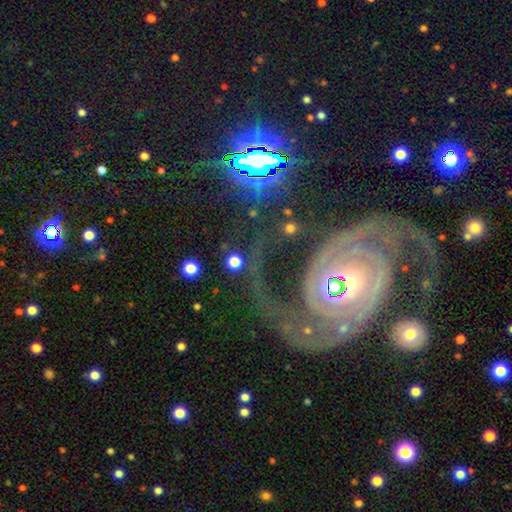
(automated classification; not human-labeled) This is clearly a featured or disk galaxy (88%). It is clearly not viewed edge-on (97%). Bar: marginally weak (40%). Spiral arm pattern: clearly yes (98%). Spiral arm count: clearly 2 (87%). Spiral winding: possibly medium (47%). Central bulge: possibly moderate (55%). Merging: likely none (69%).